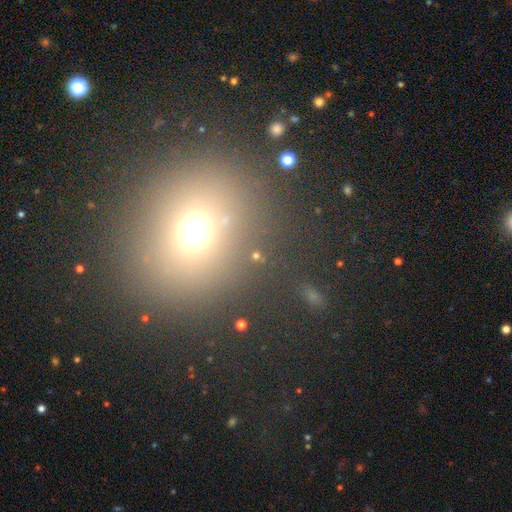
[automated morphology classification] The model was most divided on "smooth or featured": smooth: 49%, star or artifact: 41%, featured or disk: 10%. More confident: merging — none (80%).